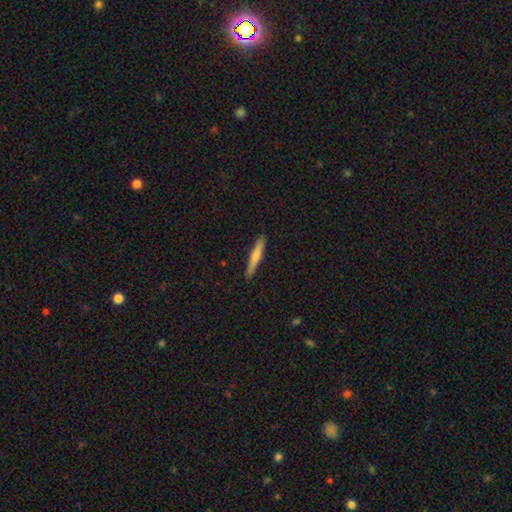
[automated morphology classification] Smooth or featured? Predicted: smooth (p=0.70). How rounded? Predicted: cigar-shaped (p=0.94). Merging? Predicted: none (p=0.90).